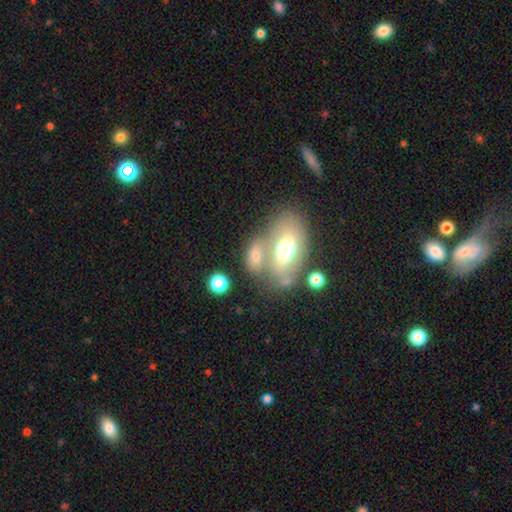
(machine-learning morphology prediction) Q: Smooth or featured?
A: smooth (52%); runner-up: featured or disk (40%)
Q: How rounded?
A: in between (84%); runner-up: round (9%)
Q: Merging?
A: merger (41%); runner-up: none (35%)